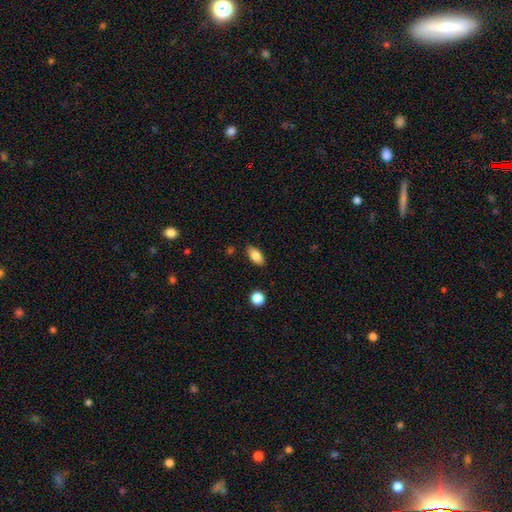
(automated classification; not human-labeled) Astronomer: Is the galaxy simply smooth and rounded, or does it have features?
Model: smooth — 81%.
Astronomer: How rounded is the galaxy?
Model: in between — 88%.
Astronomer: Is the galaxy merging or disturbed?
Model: none — 86%.